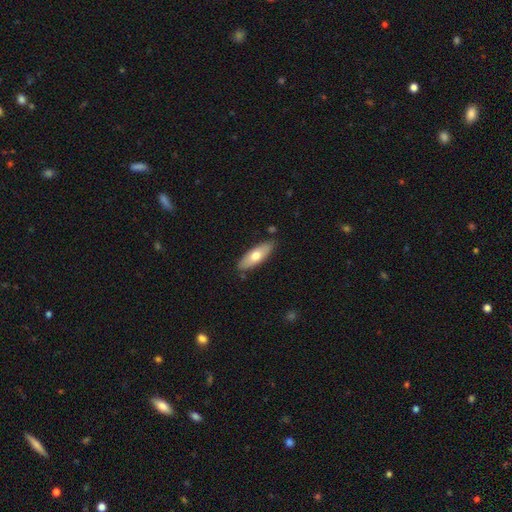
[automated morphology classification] This appears to be a smooth galaxy with no disk features (66%) that is in between round and cigar-shaped (63%). Merging: none (83%).